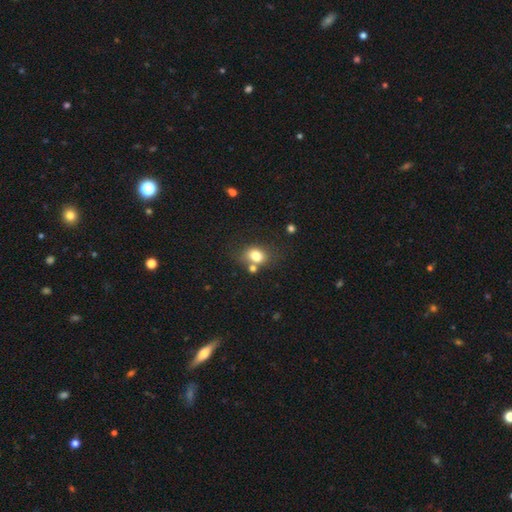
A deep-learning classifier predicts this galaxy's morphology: A smooth galaxy with no disk features (78%) that is in between round and cigar-shaped (58%).

Vote fractions:
- Smooth or featured? smooth: 78% / featured or disk: 11% / star or artifact: 11%
- How rounded? in between: 58% / round: 41% / cigar-shaped: 1%
- Merging? none: 56% / merger: 22% / minor disturbance: 16% / major disturbance: 6%